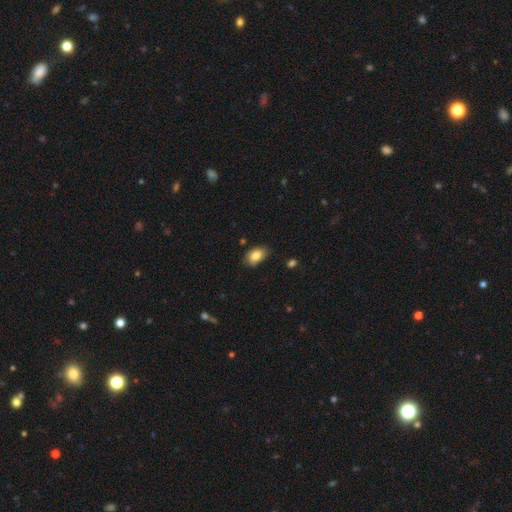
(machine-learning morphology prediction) A smooth galaxy with no disk features (83%) that is in between round and cigar-shaped (90%). Merging: none (76%).